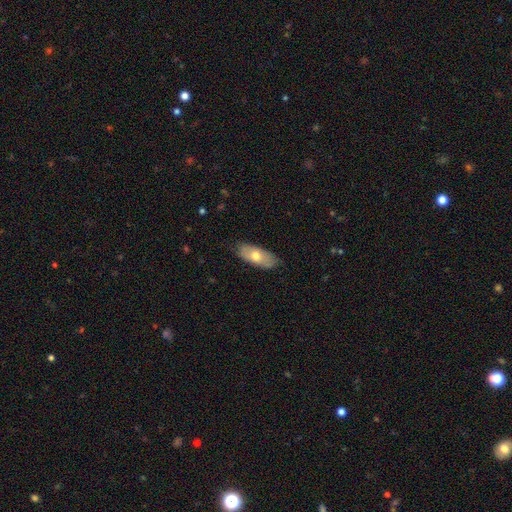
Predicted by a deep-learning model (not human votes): Morphology: type=smooth (65%); roundness=in between (83%); merging=none (81%).